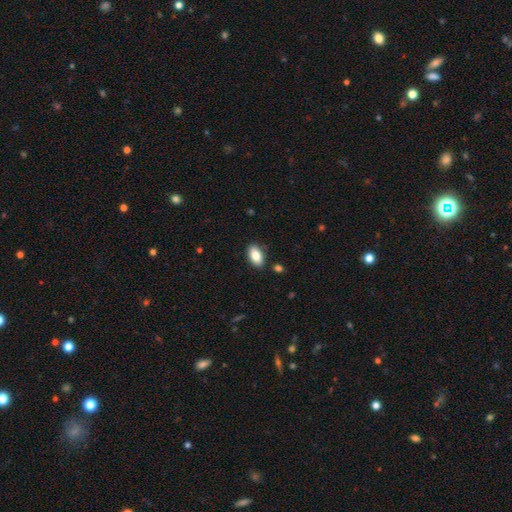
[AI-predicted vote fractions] This appears to be a smooth galaxy with no disk features (84%) that is in between round and cigar-shaped (92%). Merging: none (87%).